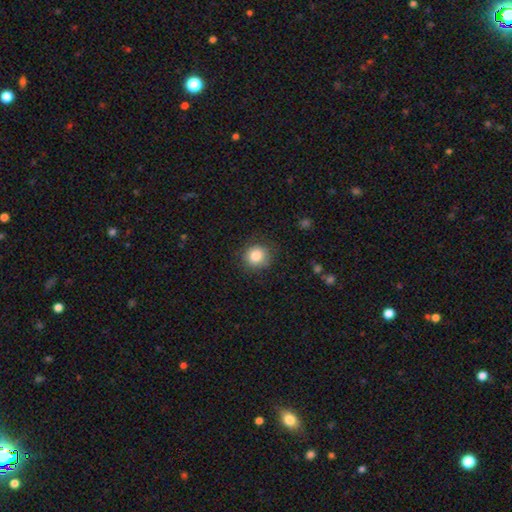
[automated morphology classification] Smooth or featured?
  - smooth: 84% *
  - star or artifact: 10%
  - featured or disk: 6%
How rounded?
  - round: 88% *
  - in between: 11%
  - cigar-shaped: 1%
Merging?
  - none: 84% *
  - minor disturbance: 11%
  - major disturbance: 3%
  - merger: 1%